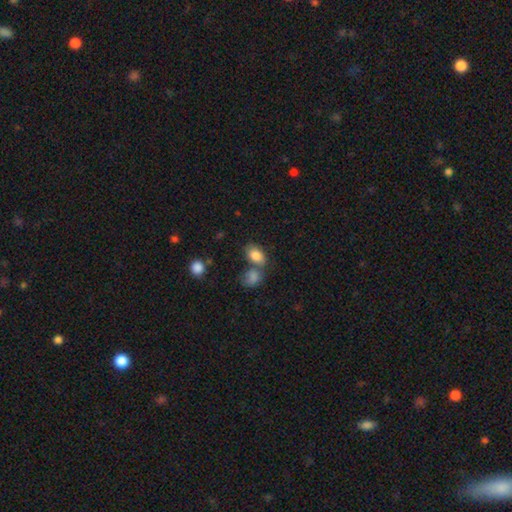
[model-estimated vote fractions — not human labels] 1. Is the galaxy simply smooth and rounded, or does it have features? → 83% smooth, 9% star or artifact, 8% featured or disk.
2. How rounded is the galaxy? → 82% in between, 17% round, 1% cigar-shaped.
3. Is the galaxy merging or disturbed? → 45% none, 37% merger, 13% minor disturbance, 5% major disturbance.